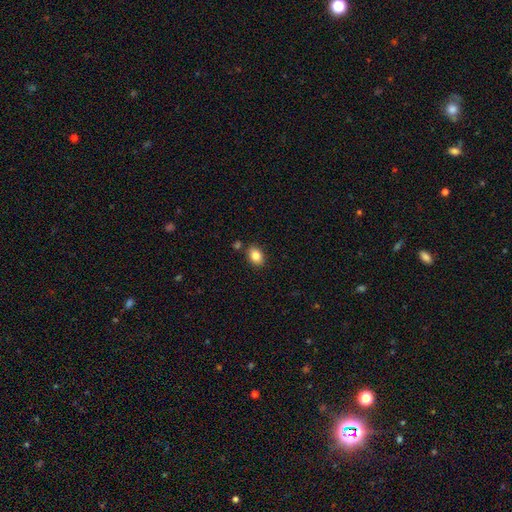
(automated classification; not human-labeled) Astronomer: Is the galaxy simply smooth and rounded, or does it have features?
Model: smooth — 85%.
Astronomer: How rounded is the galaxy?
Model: in between — 78%.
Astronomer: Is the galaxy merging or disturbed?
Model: none — 82%.